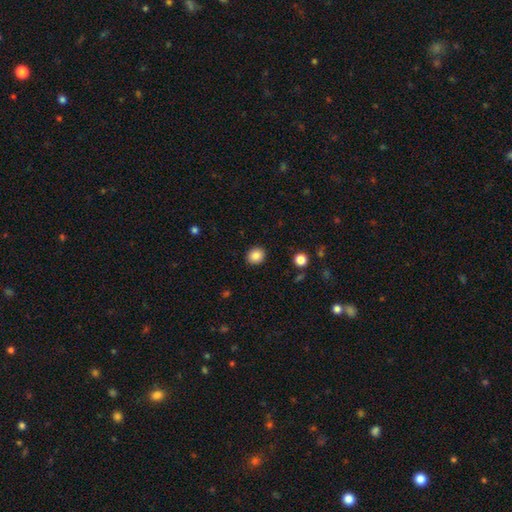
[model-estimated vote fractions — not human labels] This appears to be a smooth galaxy with no disk features (87%) that is round (75%). Merging: none (90%).